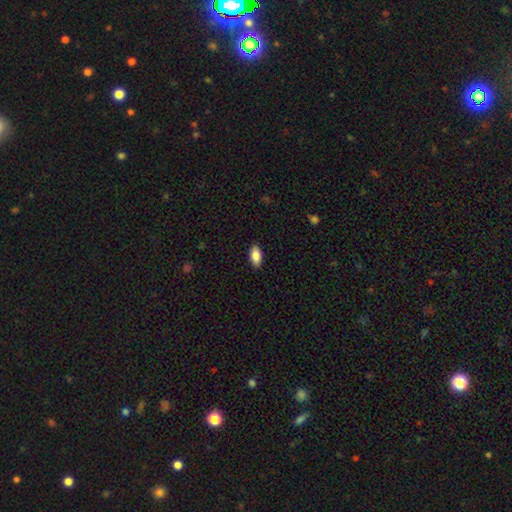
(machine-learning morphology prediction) smooth-or-featured: smooth: 86% | featured or disk: 7% | star or artifact: 7%
  how-rounded: in between: 92% | cigar-shaped: 5% | round: 4%
  merging: none: 88% | minor disturbance: 9% | major disturbance: 2% | merger: 1%